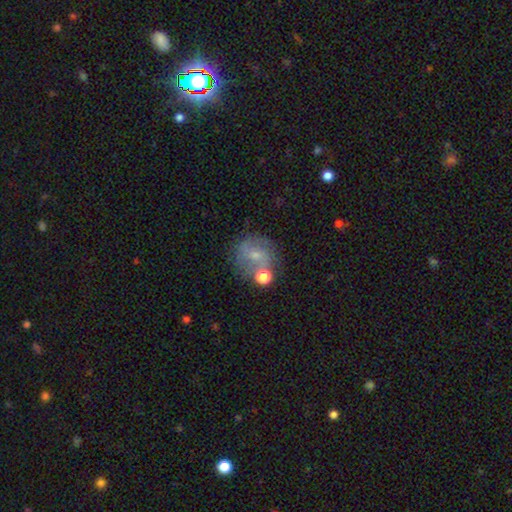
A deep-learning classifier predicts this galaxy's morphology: This appears to be a smooth galaxy with no disk features (50%). Merging: none (57%).